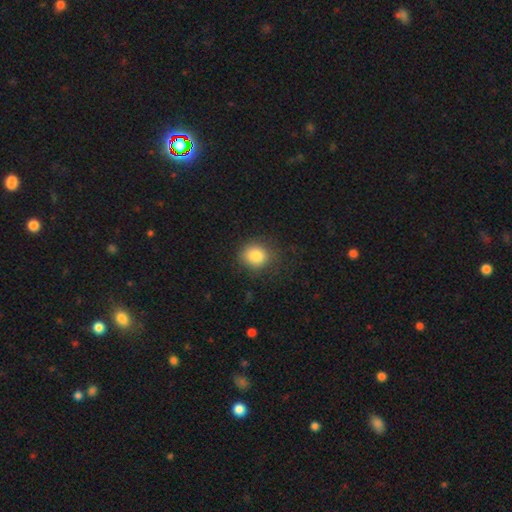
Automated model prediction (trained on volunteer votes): A smooth galaxy with no disk features (84%) that is round (81%). Merging: none (81%).